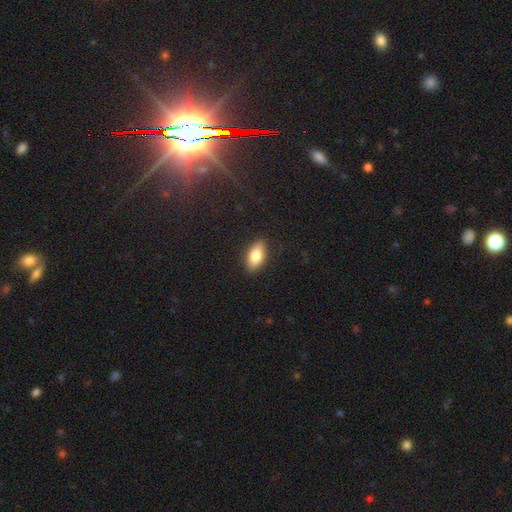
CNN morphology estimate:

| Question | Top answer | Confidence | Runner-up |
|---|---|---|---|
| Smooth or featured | smooth | 80% | featured or disk (13%) |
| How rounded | in between | 87% | cigar-shaped (9%) |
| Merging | none | 88% | minor disturbance (9%) |